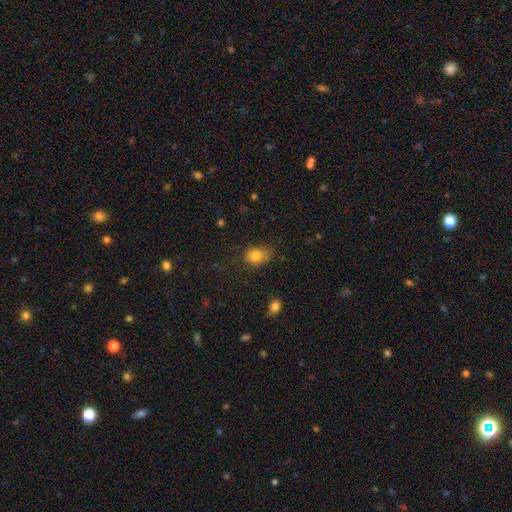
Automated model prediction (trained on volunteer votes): Overall: smooth (81%). How rounded: in between (52%; round 46%). Merging: none (63%; minor disturbance 27%).